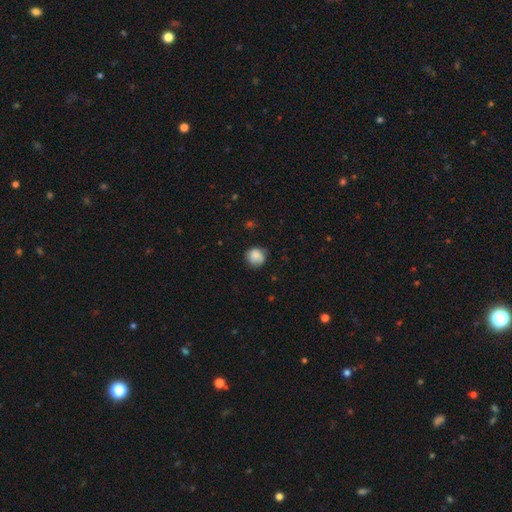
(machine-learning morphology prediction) A smooth galaxy with no disk features (79%) that is round (86%). Merging: none (68%).